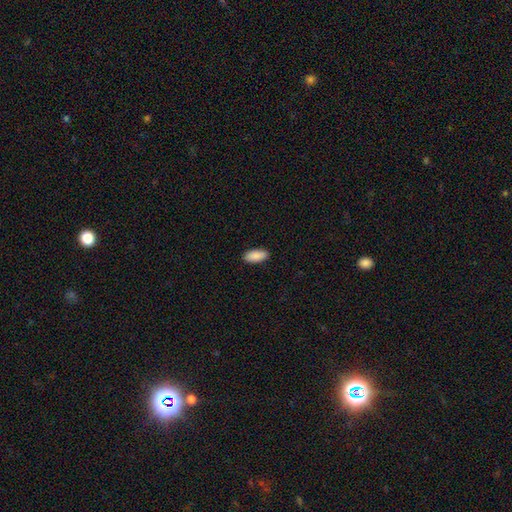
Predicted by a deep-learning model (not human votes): Smooth or featured?
  - smooth: 91% *
  - star or artifact: 6%
  - featured or disk: 4%
How rounded?
  - in between: 89% *
  - cigar-shaped: 9%
  - round: 2%
Merging?
  - none: 90% *
  - minor disturbance: 7%
  - major disturbance: 2%
  - merger: 1%